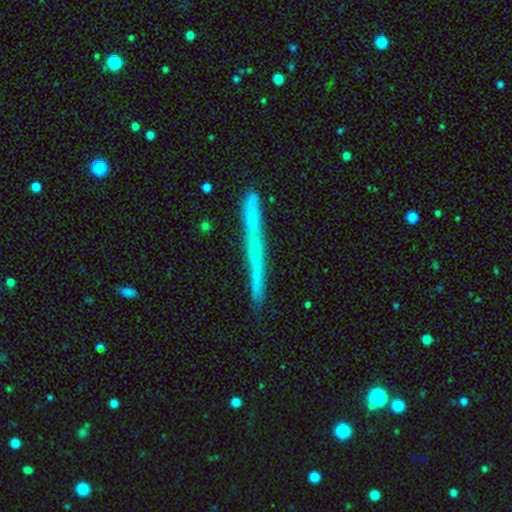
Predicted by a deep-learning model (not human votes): This appears to be a smooth galaxy with no disk features (43%). Merging: none (72%).